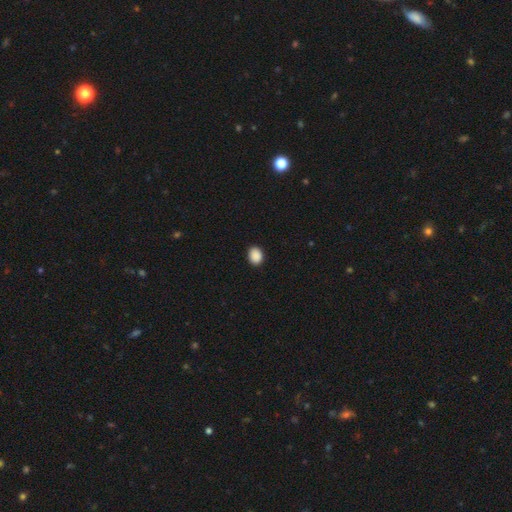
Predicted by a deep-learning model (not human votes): Q: Smooth or featured?
A: smooth (89%); runner-up: star or artifact (9%)
Q: How rounded?
A: in between (57%); runner-up: round (42%)
Q: Merging?
A: none (90%); runner-up: minor disturbance (7%)